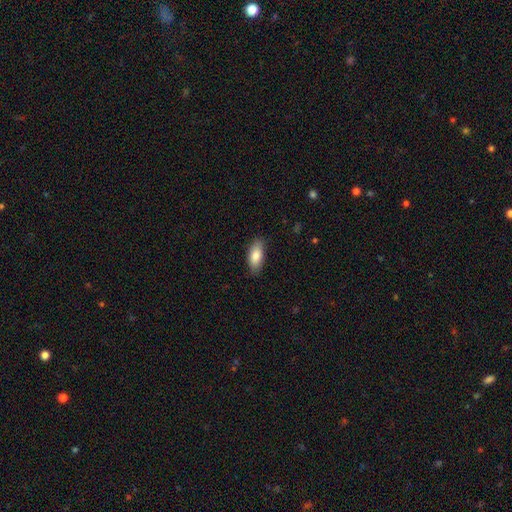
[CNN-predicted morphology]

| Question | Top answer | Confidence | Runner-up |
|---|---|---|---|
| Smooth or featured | smooth | 83% | featured or disk (11%) |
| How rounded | in between | 85% | cigar-shaped (12%) |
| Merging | none | 84% | minor disturbance (12%) |